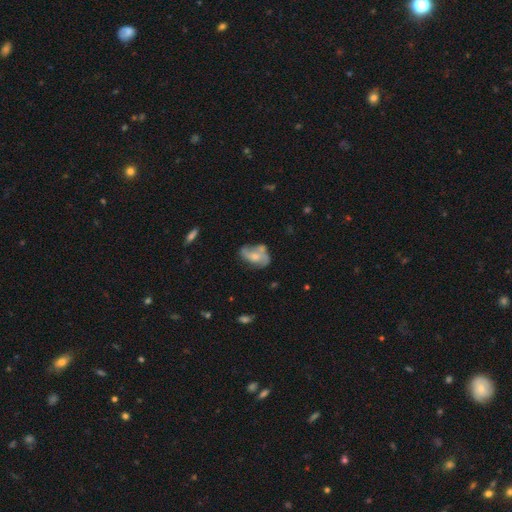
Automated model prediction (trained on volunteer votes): featured or disk 62%, smooth 31%, star or artifact 7%. Down the decision tree: edge-on disk — no (96%); bar — no (69%); spiral arms — yes (76%); bulge size — moderate (48%); merging — none (47%).